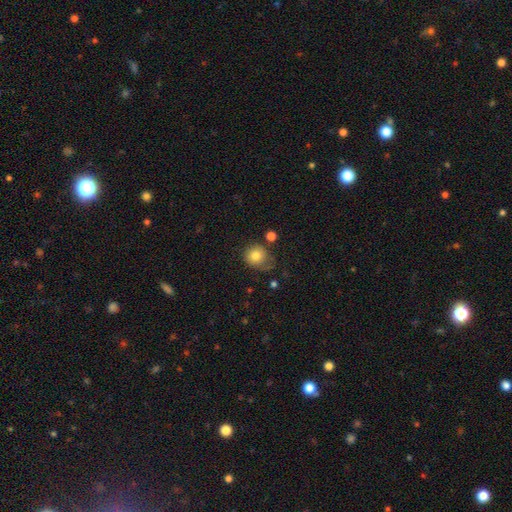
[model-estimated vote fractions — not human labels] A smooth galaxy with no disk features (79%) that is round (84%). Merging: none (58%).